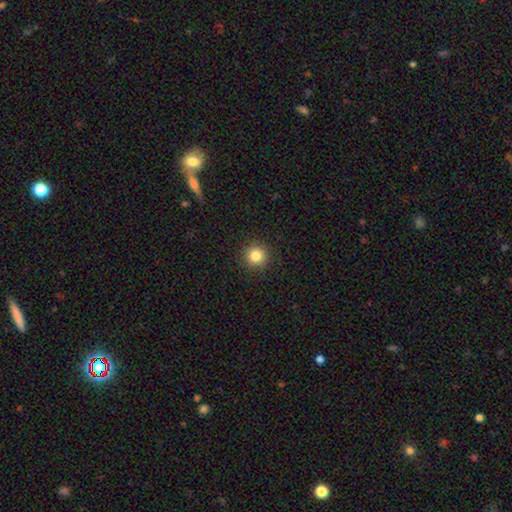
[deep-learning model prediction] This is clearly a smooth galaxy (83%). How rounded: clearly round (95%). Merging: clearly none (92%).